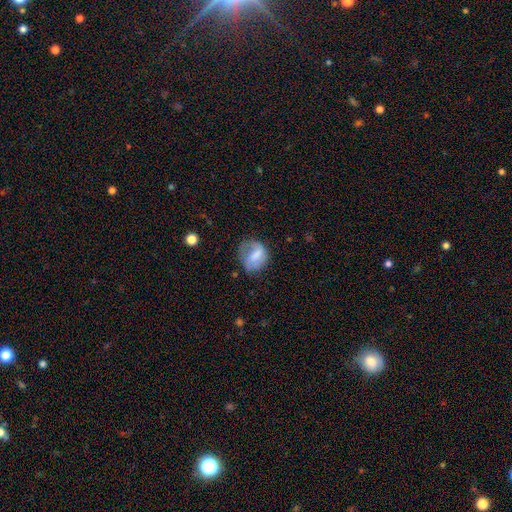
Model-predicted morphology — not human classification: smooth_or_featured: smooth (p=0.58) [alt: featured or disk p=0.33]
how_rounded: round (p=0.60) [alt: in between p=0.39]
merging: none (p=0.46) [alt: minor disturbance p=0.29]